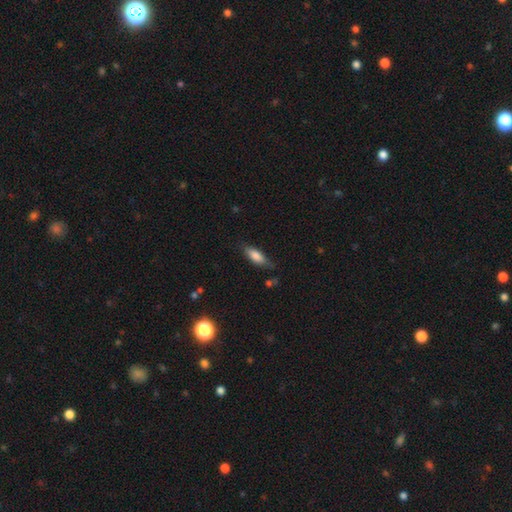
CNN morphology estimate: Smooth or featured: smooth — 80% (featured or disk — 14%)
How rounded: in between — 71% (cigar-shaped — 27%)
Merging: none — 65% (minor disturbance — 25%)